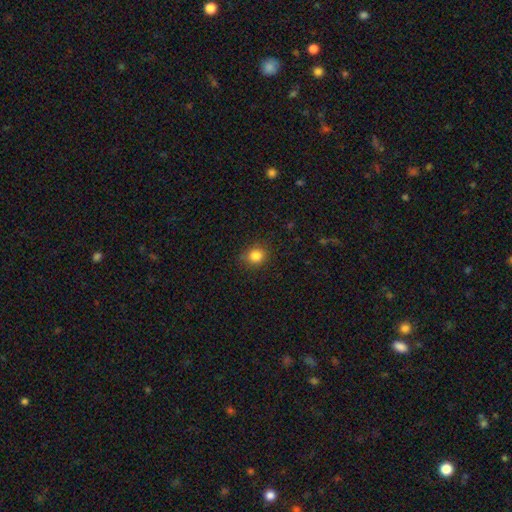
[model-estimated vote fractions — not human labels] Smooth or featured?
  - smooth: 84% *
  - star or artifact: 11%
  - featured or disk: 5%
How rounded?
  - round: 78% *
  - in between: 21%
  - cigar-shaped: 1%
Merging?
  - none: 84% *
  - minor disturbance: 12%
  - major disturbance: 3%
  - merger: 1%